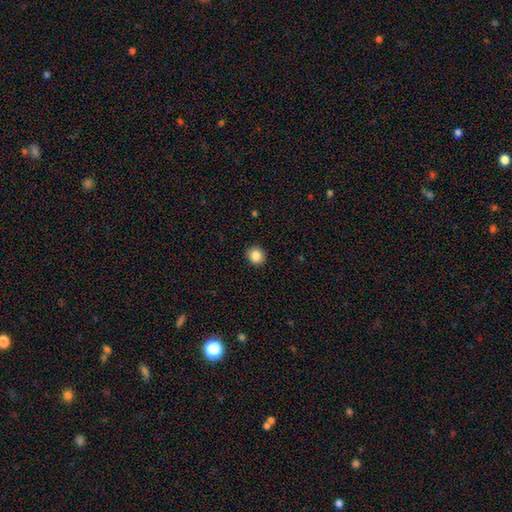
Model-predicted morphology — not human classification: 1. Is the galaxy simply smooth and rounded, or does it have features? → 86% smooth, 9% star or artifact, 4% featured or disk.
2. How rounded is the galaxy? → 84% round, 15% in between, 1% cigar-shaped.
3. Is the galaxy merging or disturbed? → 92% none, 6% minor disturbance, 2% major disturbance, 1% merger.